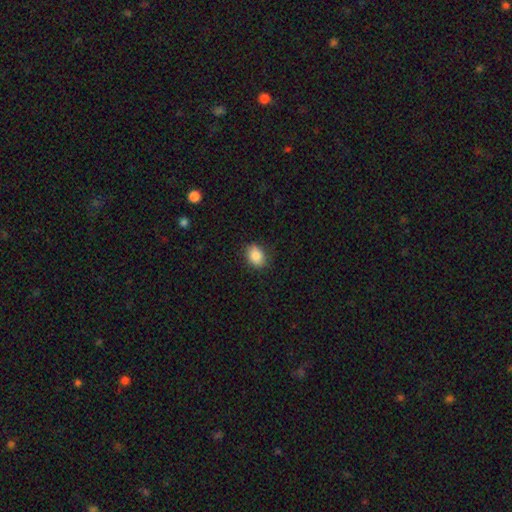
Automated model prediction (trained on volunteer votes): smooth 86%, star or artifact 8%, featured or disk 6%. Down the decision tree: how rounded — in between (66%); merging — none (86%).